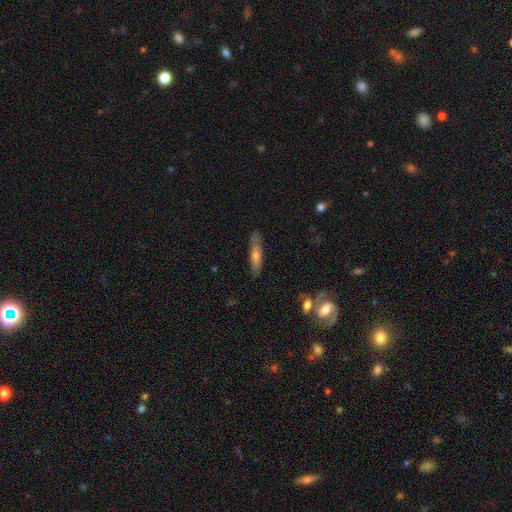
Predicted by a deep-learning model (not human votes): A featured or disk galaxy (48%). Merging: none (82%).